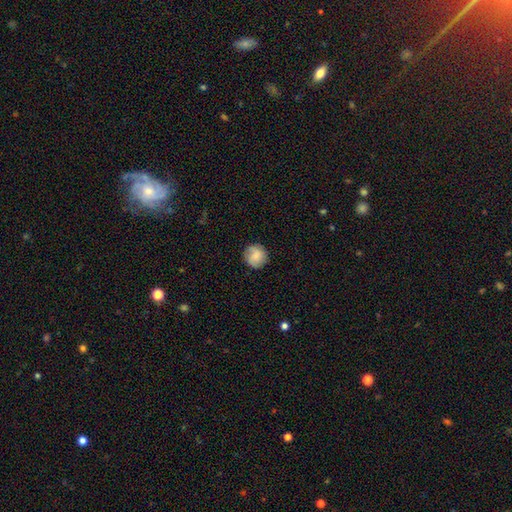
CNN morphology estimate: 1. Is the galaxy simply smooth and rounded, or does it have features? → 75% smooth, 17% featured or disk, 8% star or artifact.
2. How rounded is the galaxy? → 93% round, 6% in between, 1% cigar-shaped.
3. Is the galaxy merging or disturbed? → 86% none, 11% minor disturbance, 3% major disturbance, 1% merger.